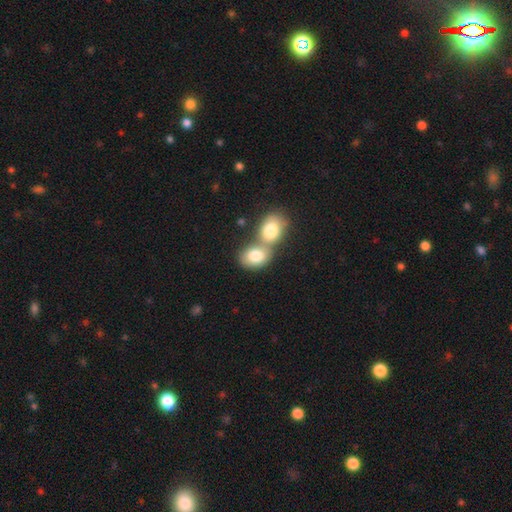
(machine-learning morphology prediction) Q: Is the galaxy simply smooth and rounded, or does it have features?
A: smooth — 79%.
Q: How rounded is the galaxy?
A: in between — 65%.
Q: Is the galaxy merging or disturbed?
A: merger — 67%.